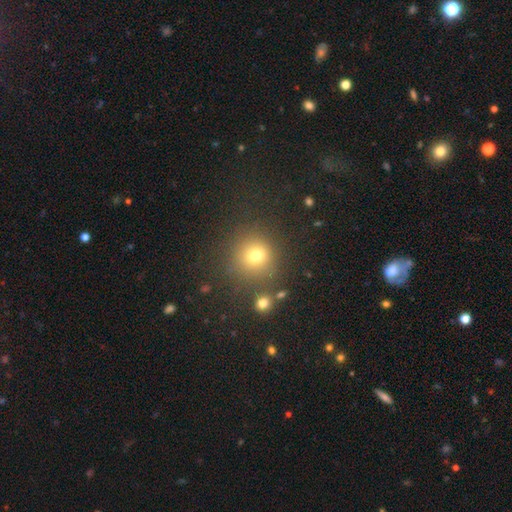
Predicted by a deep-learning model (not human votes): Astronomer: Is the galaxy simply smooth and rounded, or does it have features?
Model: smooth — 73%.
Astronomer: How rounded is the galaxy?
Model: round — 91%.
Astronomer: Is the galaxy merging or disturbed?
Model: none — 80%.